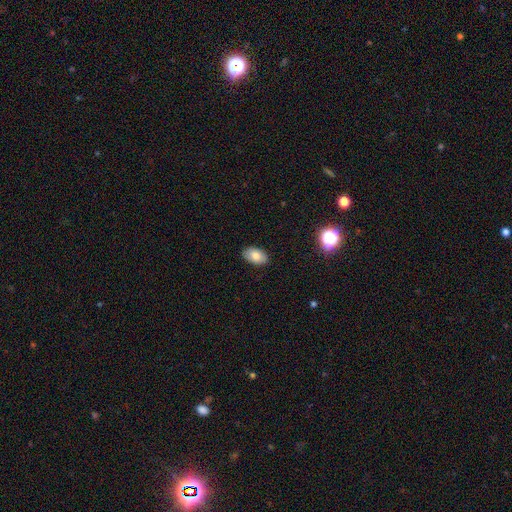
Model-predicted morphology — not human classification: A smooth galaxy with no disk features (78%) that is in between round and cigar-shaped (93%). Merging: none (87%).